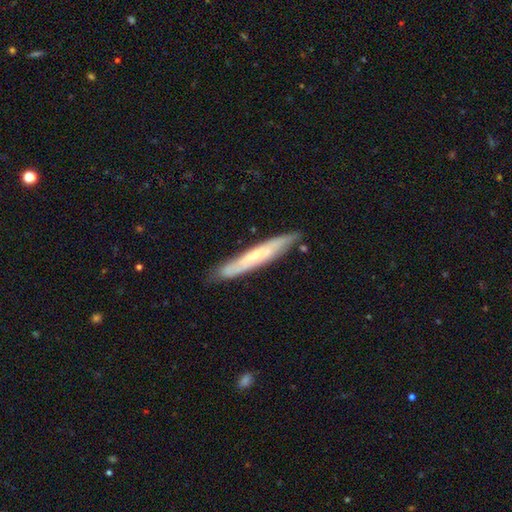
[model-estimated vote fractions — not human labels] Overall: featured or disk (50%; smooth 44%). Merging: none (83%).